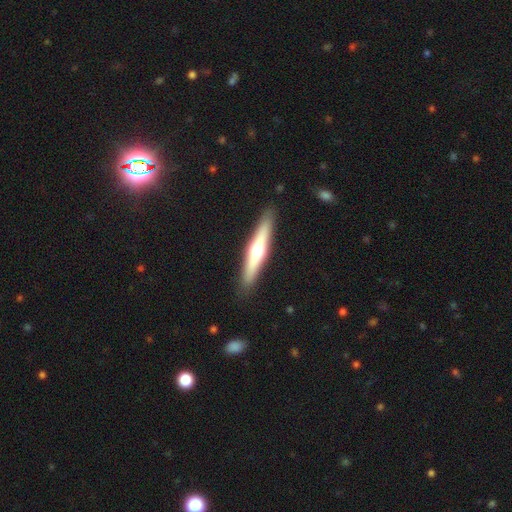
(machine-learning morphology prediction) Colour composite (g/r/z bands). It shows a featured or disk galaxy (61%) viewed edge-on (94%) with a rounded central bulge (86%). Merging: none (89%).